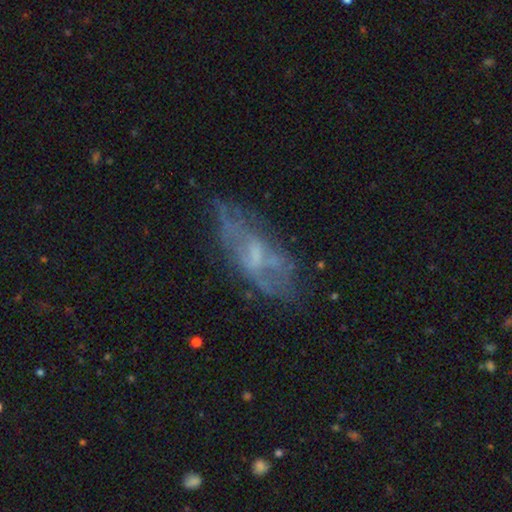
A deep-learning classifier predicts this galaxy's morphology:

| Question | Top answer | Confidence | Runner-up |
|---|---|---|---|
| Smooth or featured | featured or disk | 64% | smooth (26%) |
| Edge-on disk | no | 84% | yes (16%) |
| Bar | no | 48% | weak (40%) |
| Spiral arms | no | 60% | yes (40%) |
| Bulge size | small | 36% | moderate (30%) |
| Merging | none | 54% | minor disturbance (24%) |